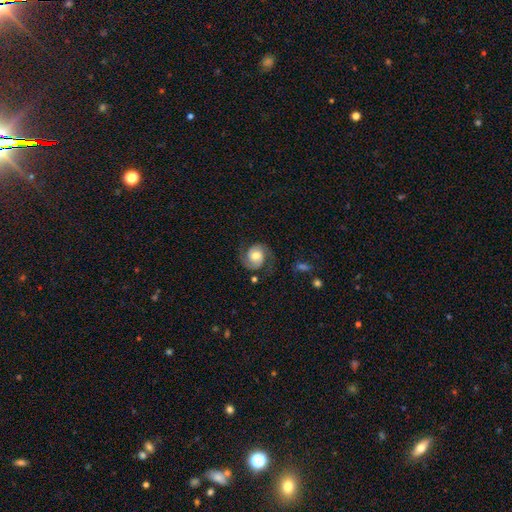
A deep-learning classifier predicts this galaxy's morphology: Overall: featured or disk (77%). Edge-on disk: no (98%). Bar: no (63%; weak 30%). Spiral arms: yes (95%). Spiral arm count: 2 (90%). Spiral winding: medium (49%; tight 30%). Bulge size: moderate (64%). Merging: none (73%).